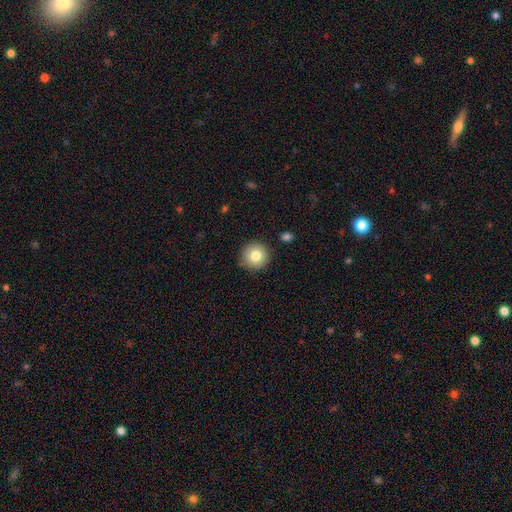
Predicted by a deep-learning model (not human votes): Smooth or featured? Predicted: smooth (p=0.81). How rounded? Predicted: round (p=0.95). Merging? Predicted: none (p=0.88).